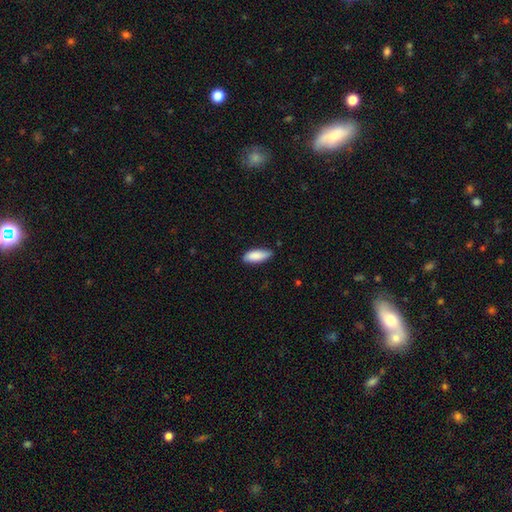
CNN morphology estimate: smooth_or_featured: smooth (p=0.86) [alt: featured or disk p=0.08]
how_rounded: in between (p=0.75) [alt: cigar-shaped p=0.23]
merging: none (p=0.71) [alt: minor disturbance p=0.24]